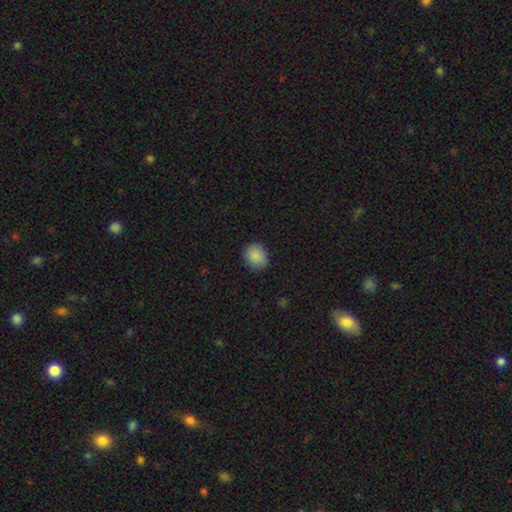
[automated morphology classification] smooth 87%, star or artifact 8%, featured or disk 5%. Down the decision tree: how rounded — round (69%); merging — none (82%).